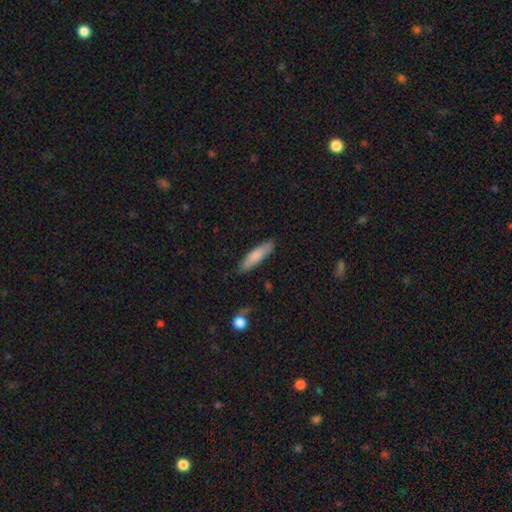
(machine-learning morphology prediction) Smooth or featured: smooth — 80% (featured or disk — 14%)
How rounded: cigar-shaped — 75% (in between — 24%)
Merging: none — 84% (minor disturbance — 12%)